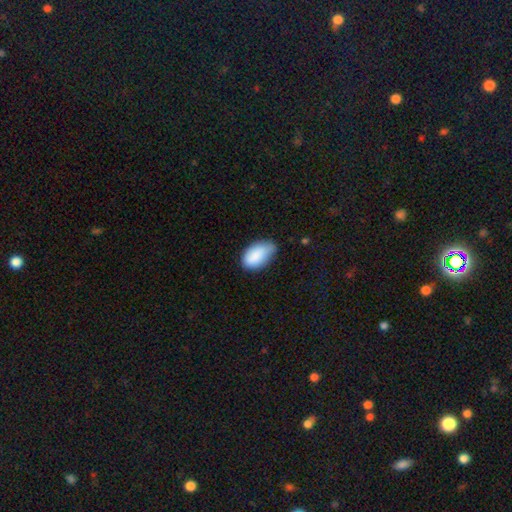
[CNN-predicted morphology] A smooth galaxy with no disk features (87%) that is in between round and cigar-shaped (94%).

Vote fractions:
- Smooth or featured? smooth: 87% / star or artifact: 7% / featured or disk: 6%
- How rounded? in between: 94% / round: 4% / cigar-shaped: 2%
- Merging? none: 54% / minor disturbance: 38% / major disturbance: 7% / merger: 2%